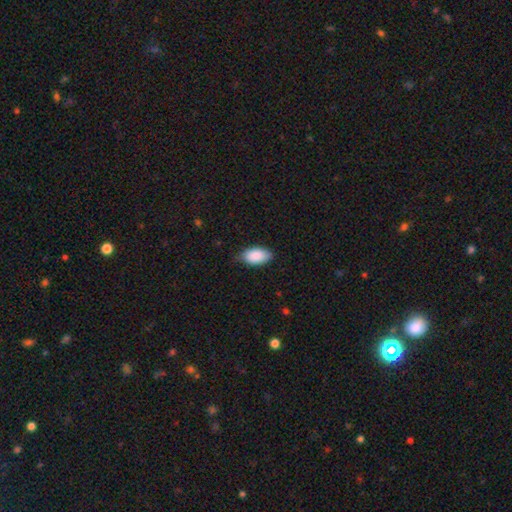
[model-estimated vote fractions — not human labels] The model was most divided on "merging": none: 73%, minor disturbance: 23%, major disturbance: 3%, merger: 1%. More confident: how rounded — in between (95%); smooth or featured — smooth (89%).